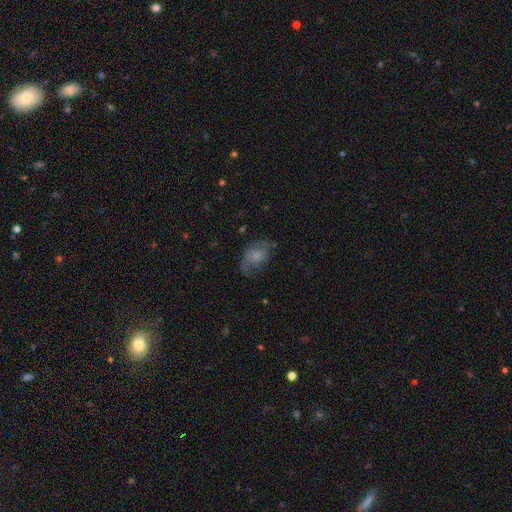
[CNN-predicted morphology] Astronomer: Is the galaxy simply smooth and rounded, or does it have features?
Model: featured or disk — 46% (runner-up: smooth, 45%).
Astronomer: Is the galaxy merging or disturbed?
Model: none — 60%.